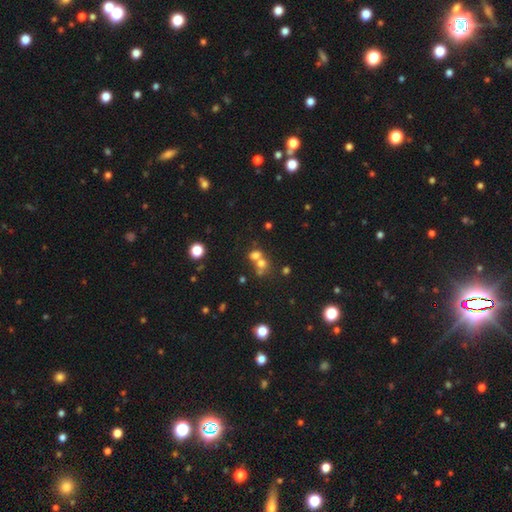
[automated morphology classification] This is likely a smooth galaxy (65%). How rounded: likely round (69%). Merging: possibly merger (56%).